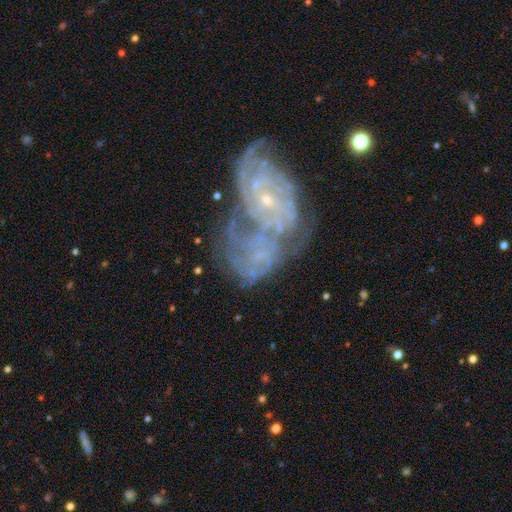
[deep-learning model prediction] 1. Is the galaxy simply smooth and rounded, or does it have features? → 81% featured or disk, 11% smooth, 9% star or artifact.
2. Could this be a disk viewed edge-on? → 97% no, 3% yes.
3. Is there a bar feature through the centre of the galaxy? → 72% no, 21% weak, 7% strong.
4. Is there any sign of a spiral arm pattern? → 82% yes, 18% no.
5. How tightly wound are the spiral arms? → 56% tight, 30% medium, 14% loose.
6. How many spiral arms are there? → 44% can't tell, 17% 2, 14% 3, 10% 4, 8% more than 4, 7% 1.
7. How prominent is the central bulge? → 80% small, 9% moderate, 9% none, 1% large, 1% dominant.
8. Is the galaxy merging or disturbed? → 51% merger, 19% none, 17% major disturbance, 13% minor disturbance.